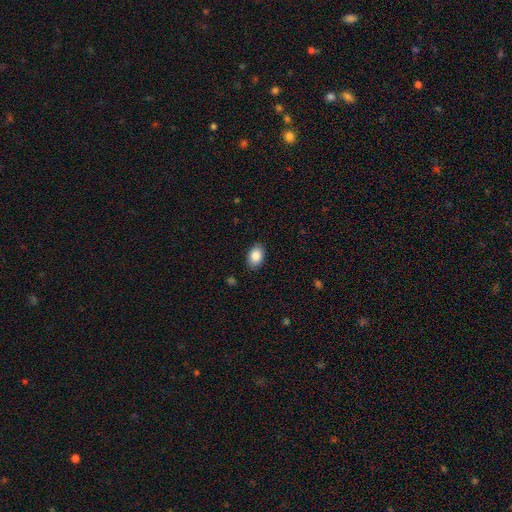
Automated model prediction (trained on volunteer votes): smooth 87%, star or artifact 7%, featured or disk 6%. Down the decision tree: how rounded — in between (84%); merging — none (87%).